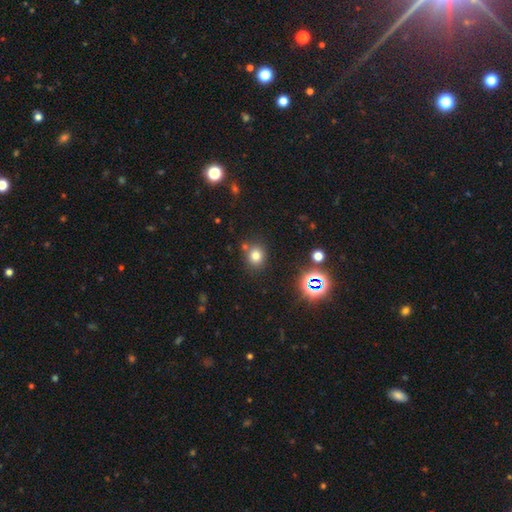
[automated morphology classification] A smooth galaxy with no disk features (74%) that is round (79%). Merging: none (76%).